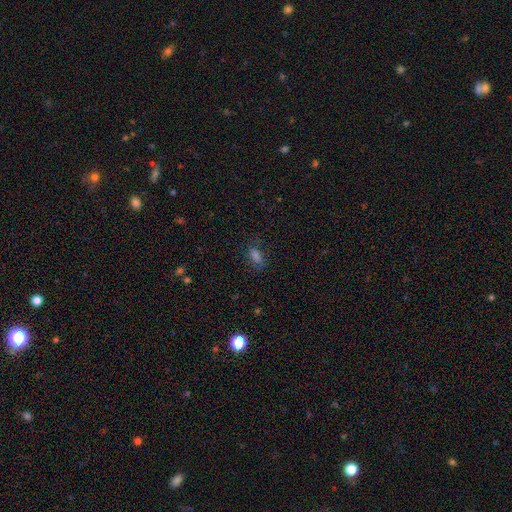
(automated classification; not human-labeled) The model was most divided on "smooth or featured": smooth: 65%, star or artifact: 23%, featured or disk: 12%. More confident: merging — none (75%); how rounded — in between (75%).